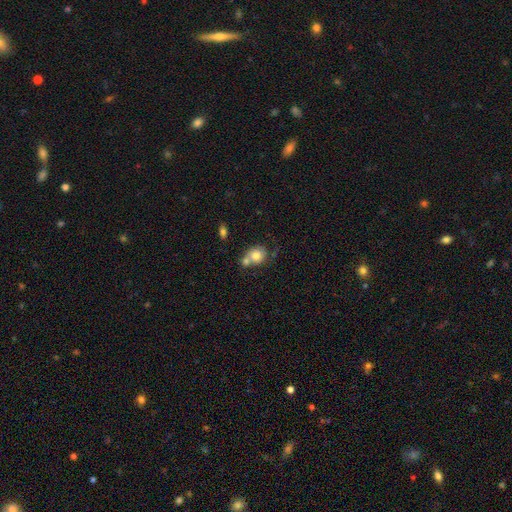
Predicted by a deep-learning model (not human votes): Morphology: type=smooth (76%); roundness=round (70%); merging=merger (46%).